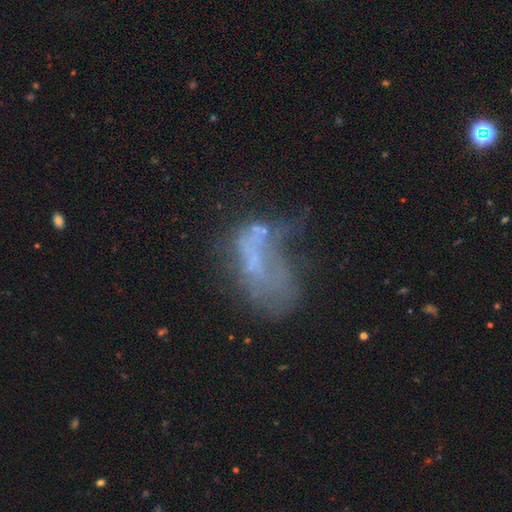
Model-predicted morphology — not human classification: featured or disk 49%, smooth 32%, star or artifact 18%. Down the decision tree: merging — major disturbance (41%).